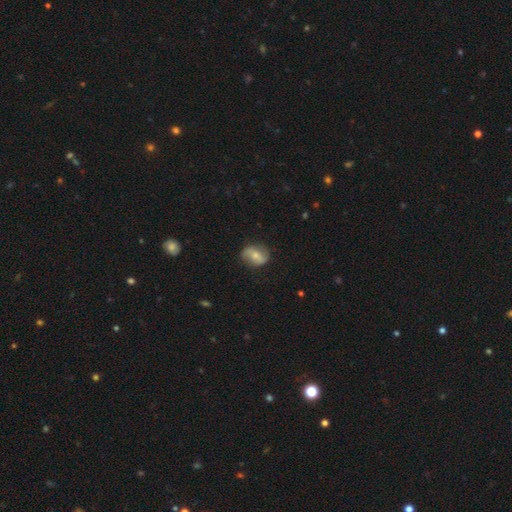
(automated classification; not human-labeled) Q: Smooth or featured?
A: featured or disk (48%); runner-up: smooth (45%)
Q: Merging?
A: none (78%); runner-up: minor disturbance (16%)